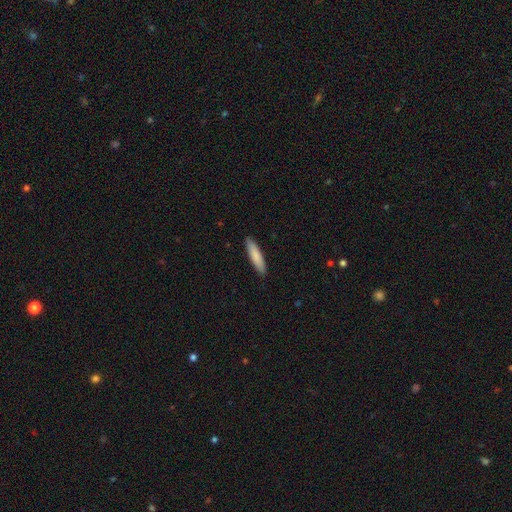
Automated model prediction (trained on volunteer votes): Smooth or featured? Predicted: smooth (p=0.85). How rounded? Predicted: cigar-shaped (p=0.80). Merging? Predicted: none (p=0.91).